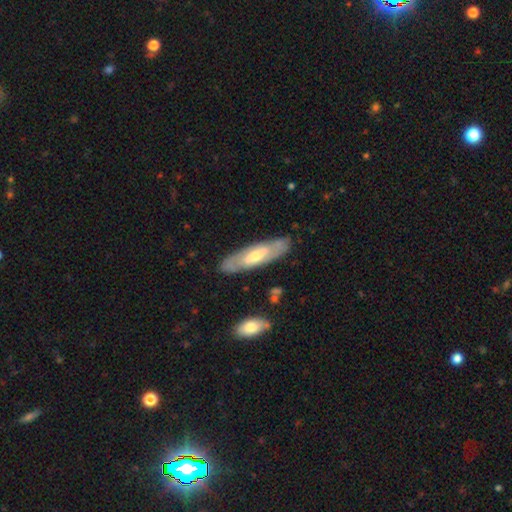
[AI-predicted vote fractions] smooth_or_featured: featured or disk (p=0.61) [alt: smooth p=0.34]
disk_edge_on: no (p=0.73) [alt: yes p=0.27]
merging: none (p=0.84) [alt: minor disturbance p=0.11]